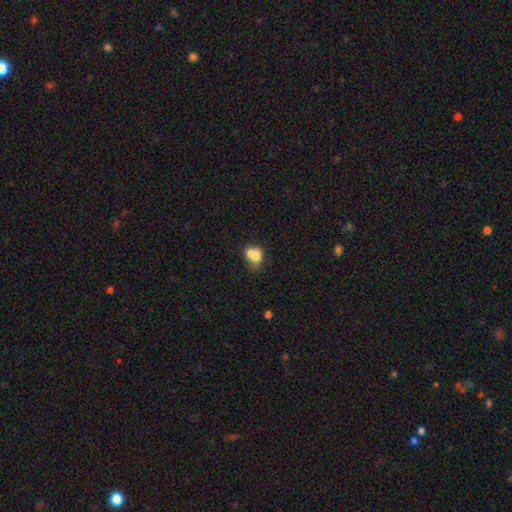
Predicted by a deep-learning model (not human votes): smooth-or-featured: smooth: 68% | featured or disk: 22% | star or artifact: 10%
  how-rounded: round: 54% | in between: 45% | cigar-shaped: 1%
  merging: merger: 64% | none: 23% | minor disturbance: 8% | major disturbance: 5%